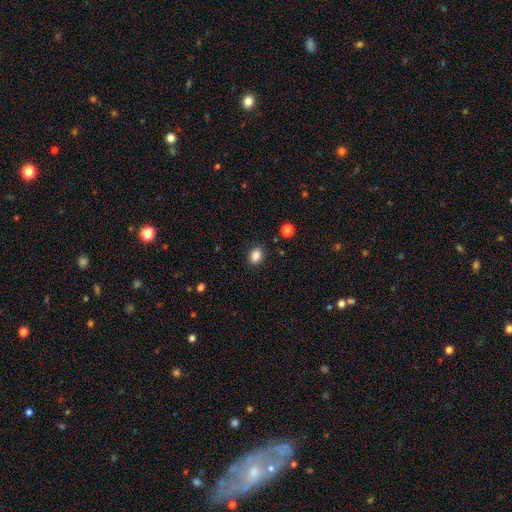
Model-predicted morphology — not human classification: This appears to be a smooth galaxy with no disk features (87%) that is in between round and cigar-shaped (63%). Merging: none (86%).